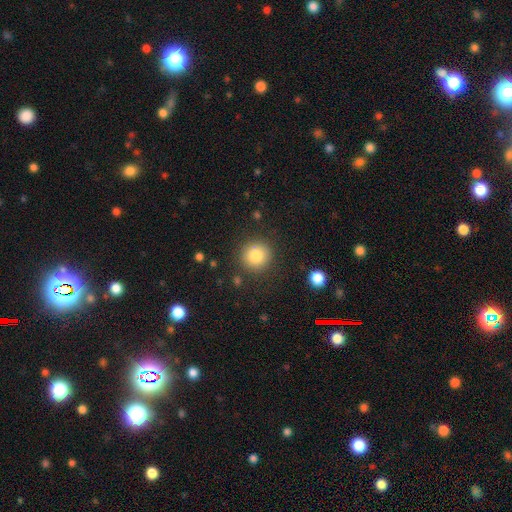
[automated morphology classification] A smooth galaxy with no disk features (83%) that is round (93%). Merging: none (88%).